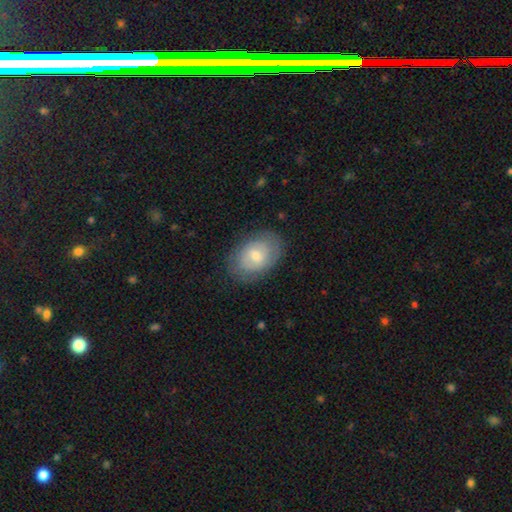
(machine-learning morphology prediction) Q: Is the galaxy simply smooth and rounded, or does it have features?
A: featured or disk — 48%.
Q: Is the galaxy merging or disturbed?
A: none — 78%.